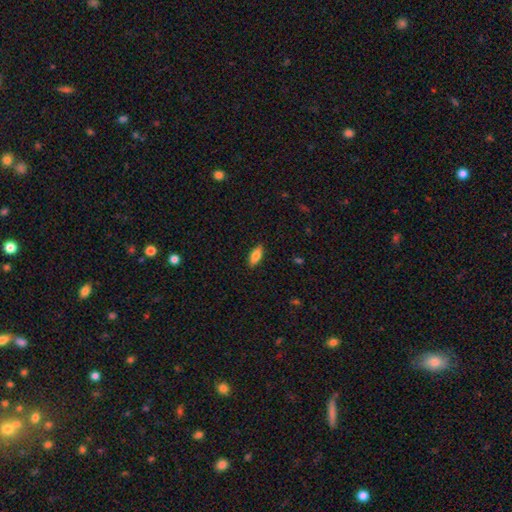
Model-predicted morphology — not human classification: smooth-or-featured: smooth: 80% | featured or disk: 13% | star or artifact: 7%
  how-rounded: in between: 79% | cigar-shaped: 19% | round: 2%
  merging: none: 88% | minor disturbance: 9% | major disturbance: 2% | merger: 1%